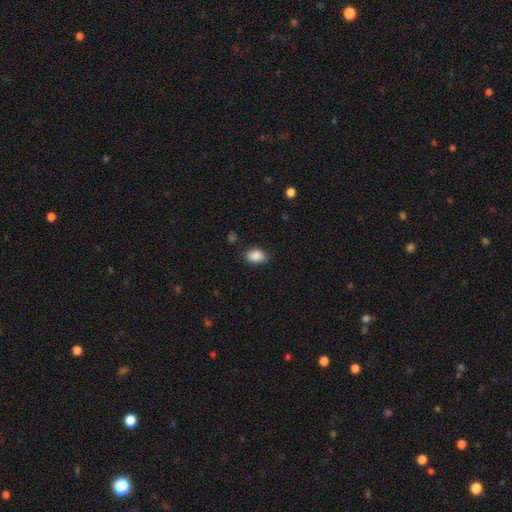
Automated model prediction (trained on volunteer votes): smooth 89%, star or artifact 8%, featured or disk 4%. Down the decision tree: how rounded — in between (81%); merging — none (79%).